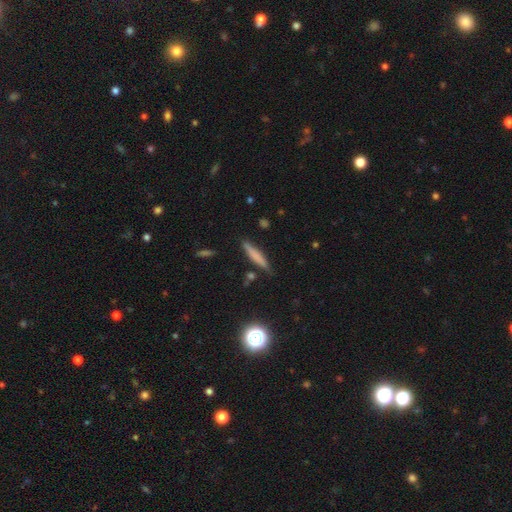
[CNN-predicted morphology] This appears to be a smooth galaxy with no disk features (67%) that is cigar-shaped (90%). Merging: none (84%).